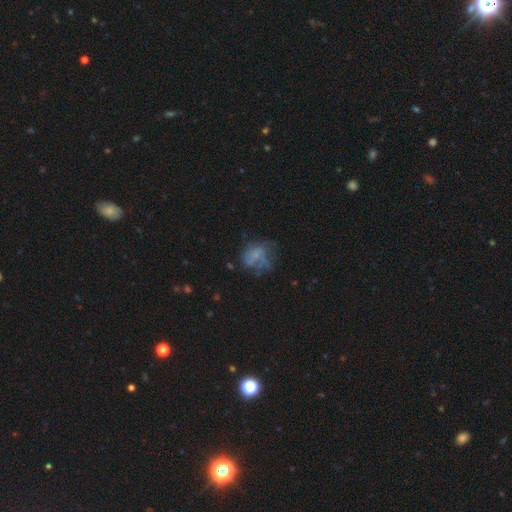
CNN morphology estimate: A featured or disk galaxy (45%). Merging: major disturbance (37%).